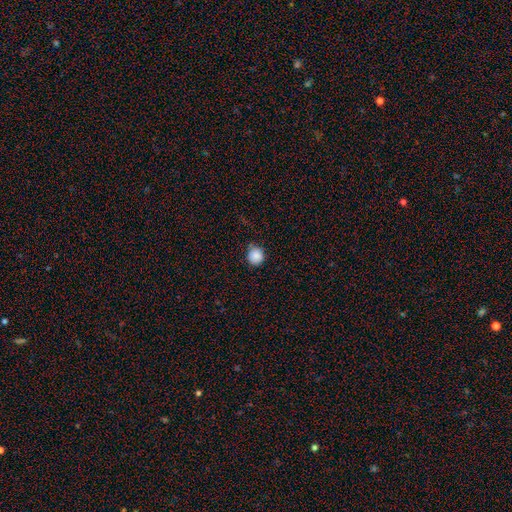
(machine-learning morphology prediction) Smooth or featured? Predicted: smooth (p=0.87). How rounded? Predicted: round (p=0.91). Merging? Predicted: none (p=0.83).